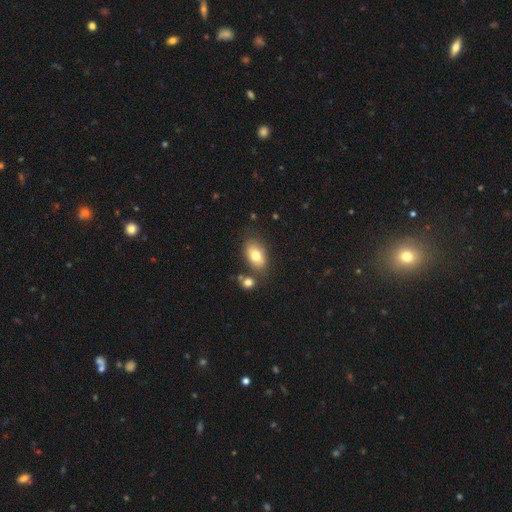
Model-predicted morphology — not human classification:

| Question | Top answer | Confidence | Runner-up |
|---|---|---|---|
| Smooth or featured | smooth | 76% | featured or disk (16%) |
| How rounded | in between | 88% | round (11%) |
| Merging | none | 72% | minor disturbance (13%) |